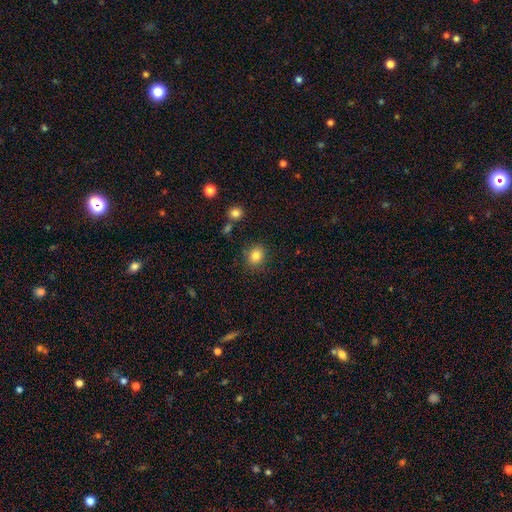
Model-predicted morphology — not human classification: Overall: smooth (84%). How rounded: round (72%). Merging: none (83%).